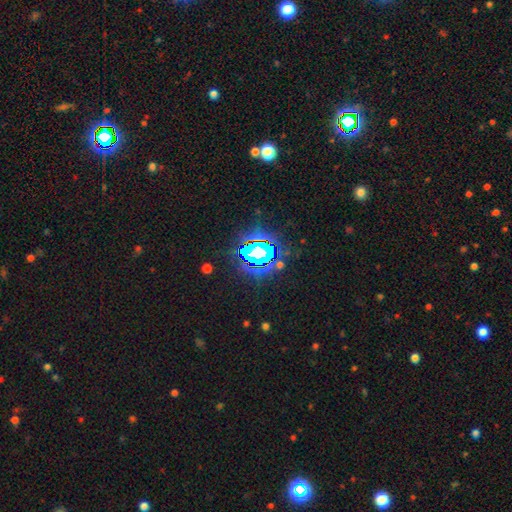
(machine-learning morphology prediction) star or artifact 75%, smooth 14%, featured or disk 12%.